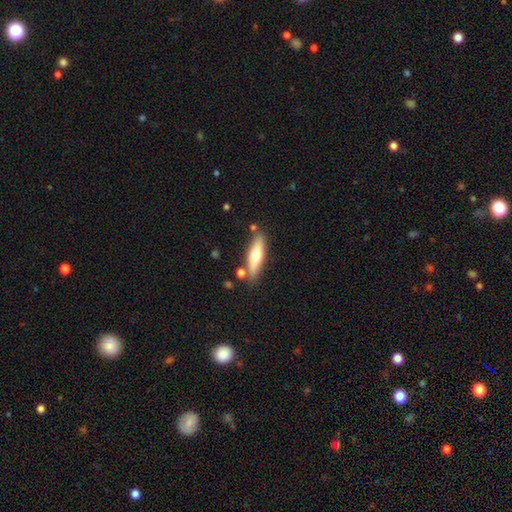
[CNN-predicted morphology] smooth 56%, featured or disk 38%, star or artifact 6%. Down the decision tree: how rounded — cigar-shaped (65%); merging — none (80%).